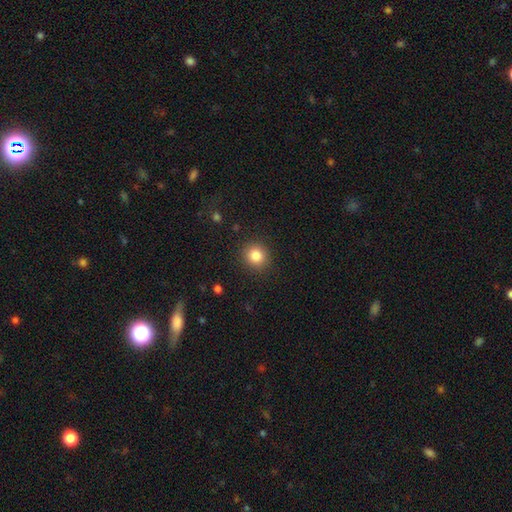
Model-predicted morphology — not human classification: This is clearly a smooth galaxy (84%). How rounded: clearly round (88%). Merging: clearly none (89%).